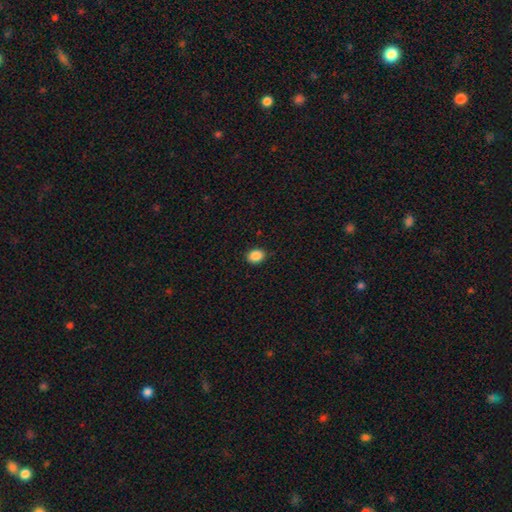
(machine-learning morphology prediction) smooth_or_featured: smooth (p=0.88) [alt: star or artifact p=0.09]
how_rounded: in between (p=0.58) [alt: round p=0.41]
merging: none (p=0.87) [alt: minor disturbance p=0.10]